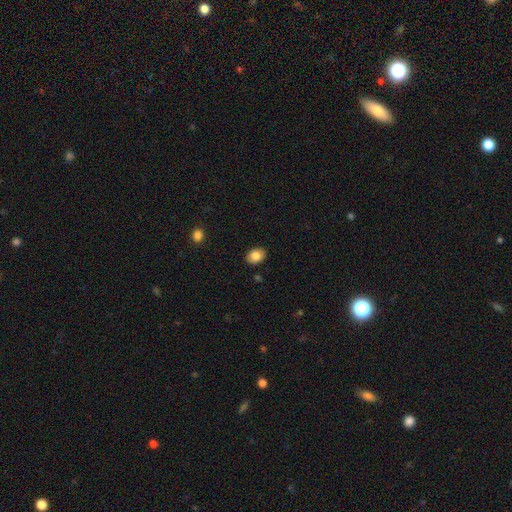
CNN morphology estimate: Q: Smooth or featured?
A: smooth (83%); runner-up: featured or disk (9%)
Q: How rounded?
A: in between (72%); runner-up: round (27%)
Q: Merging?
A: none (88%); runner-up: minor disturbance (9%)